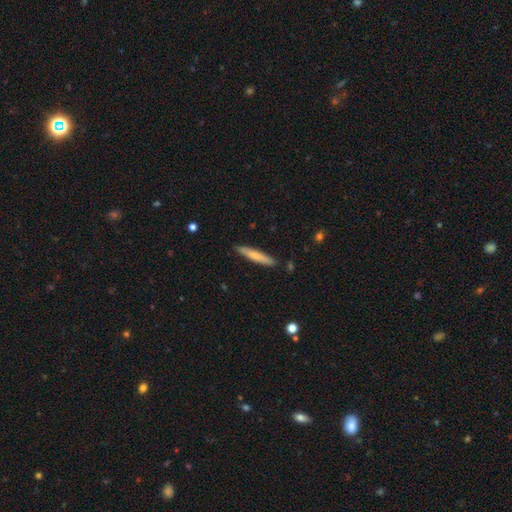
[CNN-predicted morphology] A smooth galaxy with no disk features (70%) that is cigar-shaped (92%). Merging: none (87%).